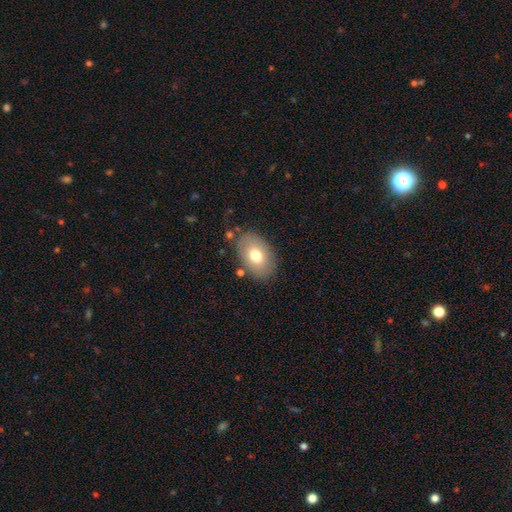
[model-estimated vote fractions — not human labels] Smooth or featured?
  - smooth: 72% *
  - featured or disk: 20%
  - star or artifact: 8%
How rounded?
  - in between: 87% *
  - round: 12%
  - cigar-shaped: 1%
Merging?
  - none: 80% *
  - minor disturbance: 13%
  - major disturbance: 4%
  - merger: 3%